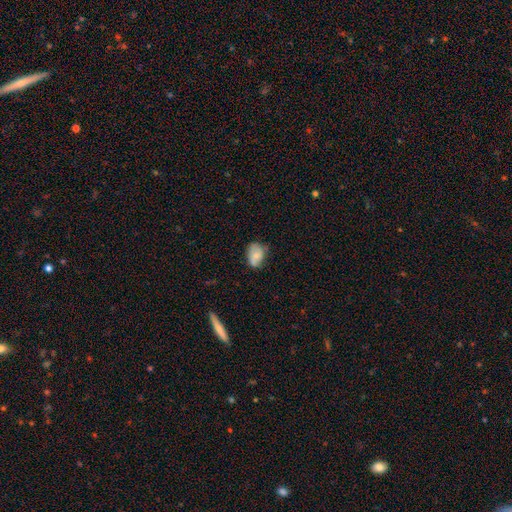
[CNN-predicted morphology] Overall: smooth (68%). How rounded: in between (78%). Merging: none (53%; minor disturbance 34%).